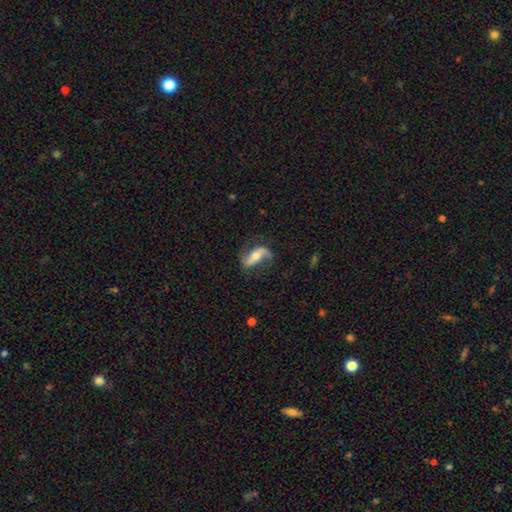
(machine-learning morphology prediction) Smooth or featured? featured or disk (81%)
Edge-on disk? no (93%)
Bar? strong (42%)
Spiral arms? yes (94%)
Spiral winding? loose (65%)
Spiral arm count? 2 (91%)
Bulge size? moderate (60%)
Merging? none (73%)